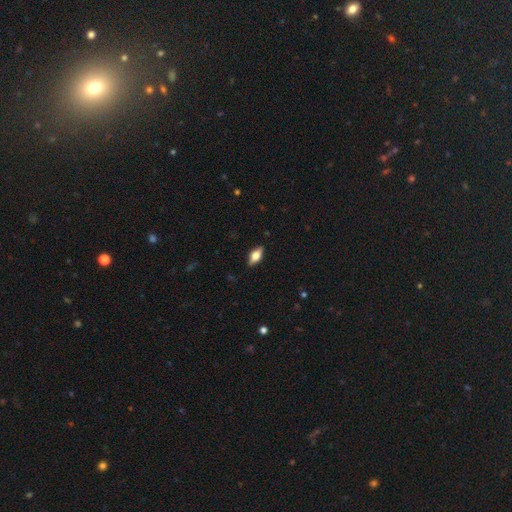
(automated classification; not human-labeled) A smooth galaxy with no disk features (57%) that is in between round and cigar-shaped (83%).

Vote fractions:
- Smooth or featured? smooth: 57% / featured or disk: 36% / star or artifact: 7%
- How rounded? in between: 83% / cigar-shaped: 13% / round: 4%
- Merging? none: 87% / minor disturbance: 10% / major disturbance: 2% / merger: 1%